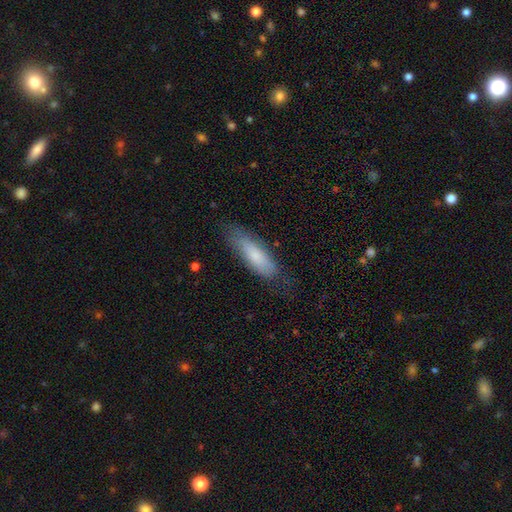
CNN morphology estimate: Overall: smooth (74%). How rounded: in between (51%; cigar-shaped 48%). Merging: none (65%; minor disturbance 25%).